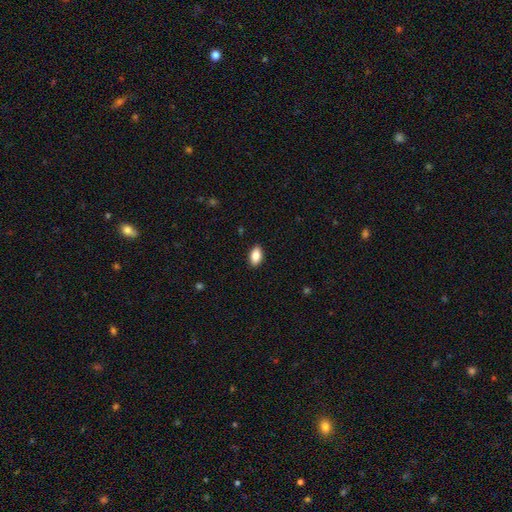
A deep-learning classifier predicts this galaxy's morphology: A smooth galaxy with no disk features (87%) that is in between round and cigar-shaped (93%). Merging: none (90%).